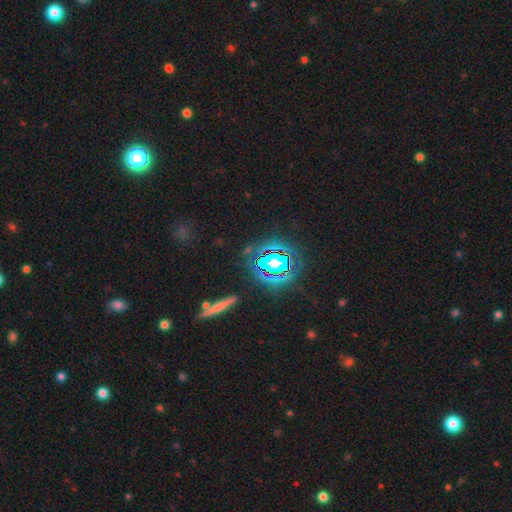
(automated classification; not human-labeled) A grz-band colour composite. It shows a star or artifact, not a galaxy (74%).